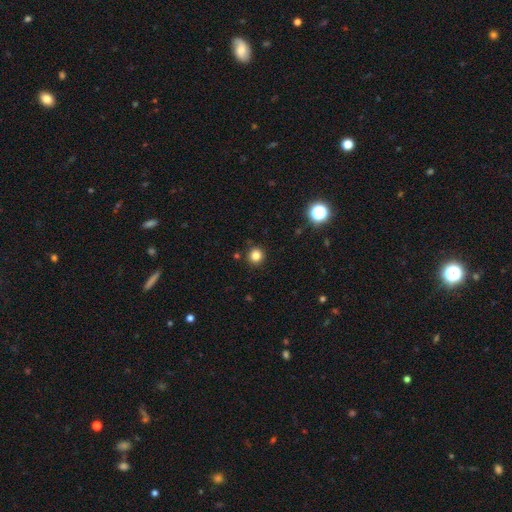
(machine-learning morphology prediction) A smooth galaxy with no disk features (82%) that is round (93%). Merging: none (91%).